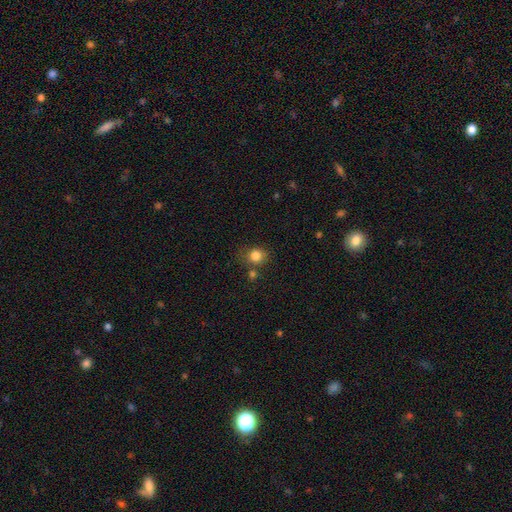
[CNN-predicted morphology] A smooth galaxy with no disk features (83%) that is round (80%). Merging: none (70%).